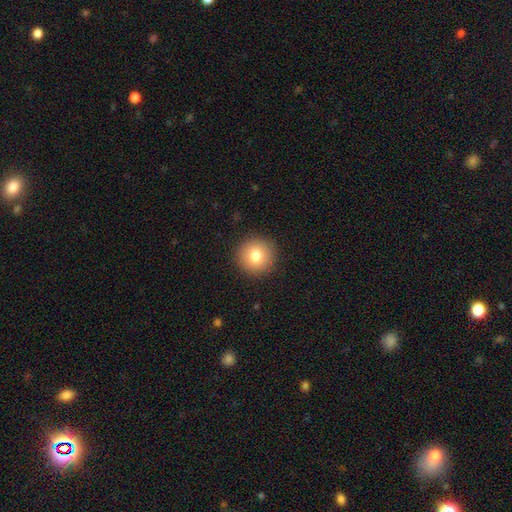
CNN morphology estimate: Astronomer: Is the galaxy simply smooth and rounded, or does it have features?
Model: smooth — 79%.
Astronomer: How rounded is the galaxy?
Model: round — 95%.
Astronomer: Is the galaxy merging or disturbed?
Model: none — 91%.